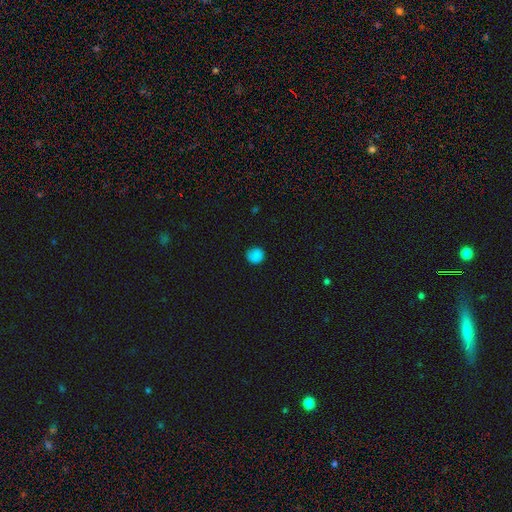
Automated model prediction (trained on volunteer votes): The model was most divided on "smooth or featured": smooth: 84%, star or artifact: 12%, featured or disk: 4%. More confident: how rounded — round (90%); merging — none (85%).